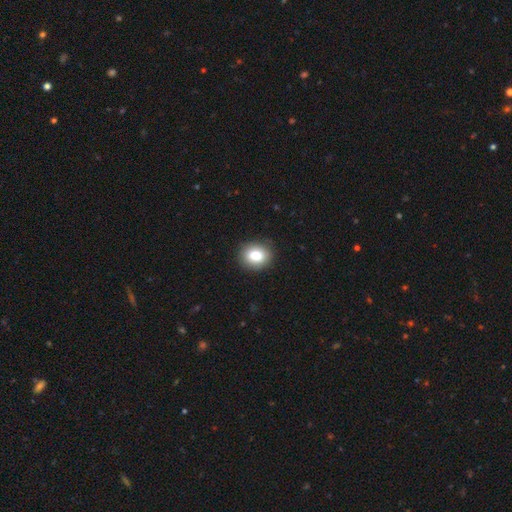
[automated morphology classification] This appears to be a smooth galaxy with no disk features (82%) that is round (59%). Merging: none (88%).